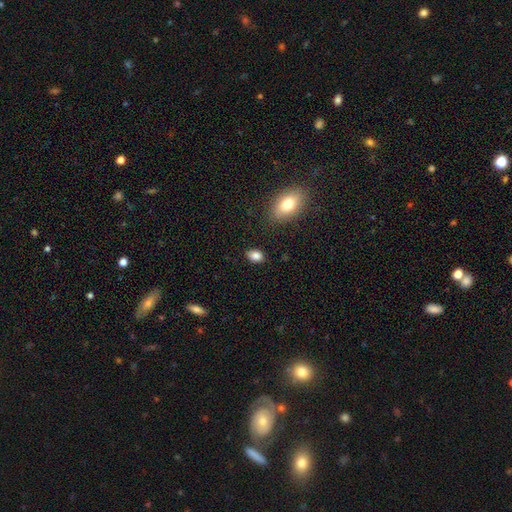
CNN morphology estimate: smooth 85%, star or artifact 10%, featured or disk 6%. Down the decision tree: how rounded — in between (79%); merging — none (85%).